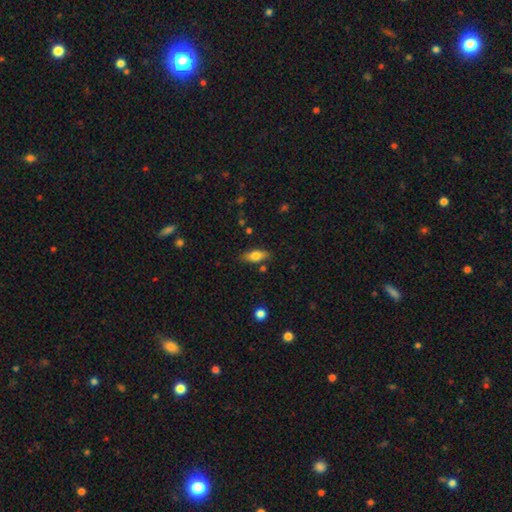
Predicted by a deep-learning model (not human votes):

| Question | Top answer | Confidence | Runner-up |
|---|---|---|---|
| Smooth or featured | smooth | 75% | featured or disk (18%) |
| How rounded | in between | 78% | cigar-shaped (19%) |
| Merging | none | 80% | minor disturbance (13%) |